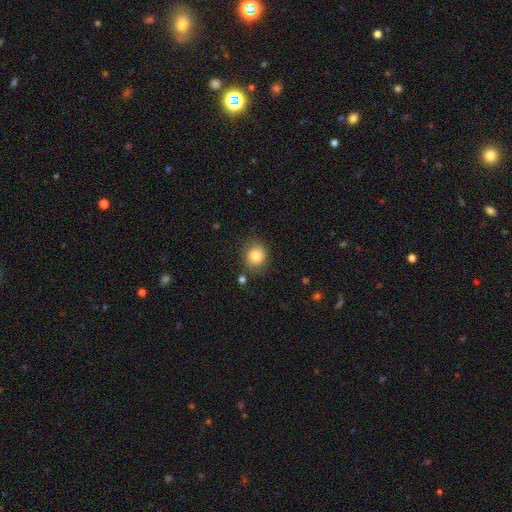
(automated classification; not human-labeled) Smooth or featured?
  - smooth: 80% *
  - featured or disk: 11%
  - star or artifact: 9%
How rounded?
  - round: 74% *
  - in between: 25%
  - cigar-shaped: 1%
Merging?
  - none: 74% *
  - minor disturbance: 18%
  - major disturbance: 5%
  - merger: 3%